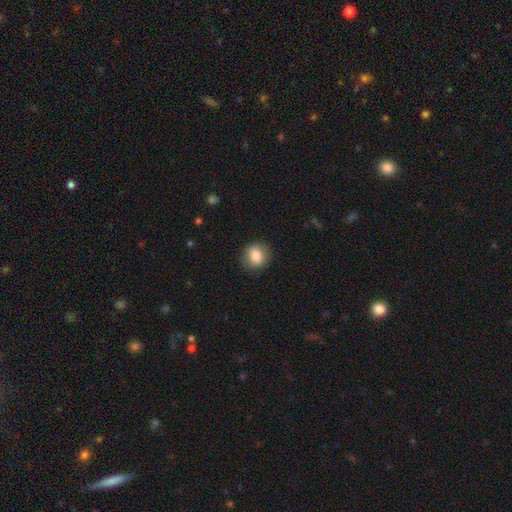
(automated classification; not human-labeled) smooth_or_featured: smooth (p=0.84) [alt: star or artifact p=0.08]
how_rounded: round (p=0.67) [alt: in between p=0.32]
merging: none (p=0.85) [alt: minor disturbance p=0.11]